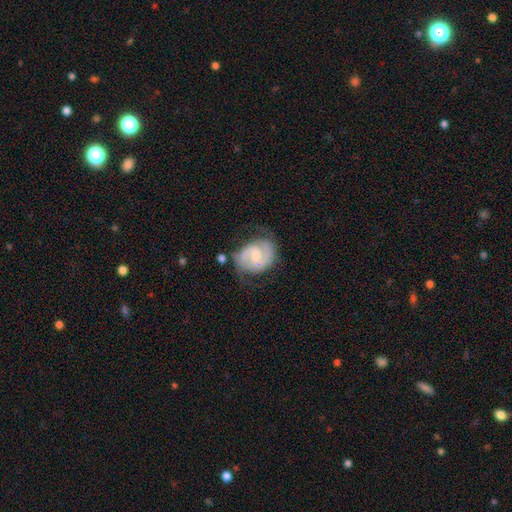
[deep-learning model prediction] A featured or disk galaxy (85%) with a weak bar (54%), 2 (90%) medium (53%) spiral arms (97%) and a small central bulge (51%). Merging: none (69%).